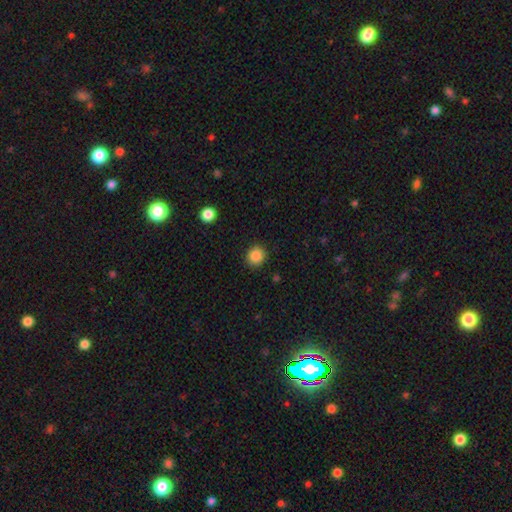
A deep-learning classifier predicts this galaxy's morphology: smooth_or_featured: smooth (p=0.87) [alt: star or artifact p=0.10]
how_rounded: round (p=0.86) [alt: in between p=0.13]
merging: none (p=0.90) [alt: minor disturbance p=0.06]